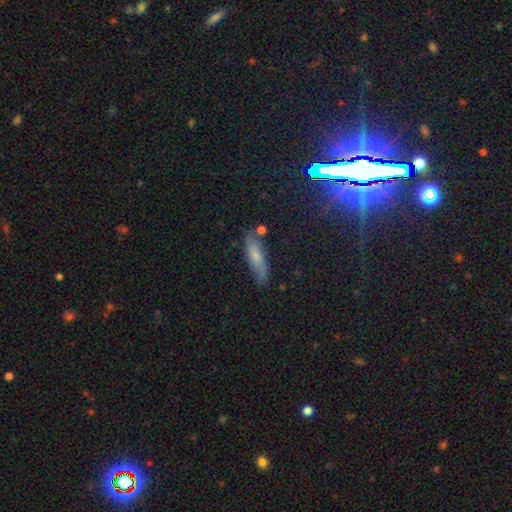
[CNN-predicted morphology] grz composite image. It shows a smooth galaxy with no disk features (61%) that is cigar-shaped (72%). Merging: none (73%).